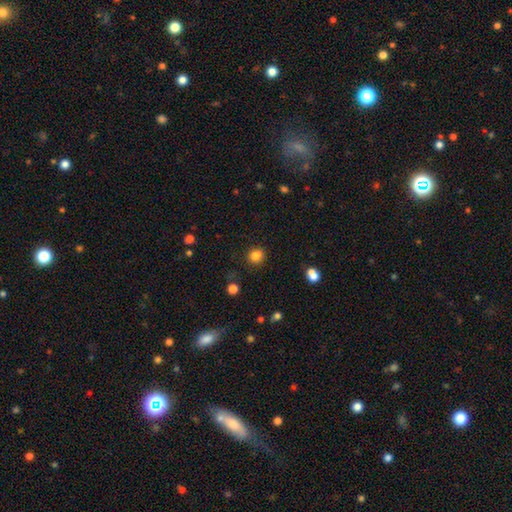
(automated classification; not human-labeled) smooth-or-featured: smooth: 82% | star or artifact: 13% | featured or disk: 5%
  how-rounded: round: 78% | in between: 21% | cigar-shaped: 1%
  merging: none: 80% | minor disturbance: 13% | merger: 4% | major disturbance: 4%